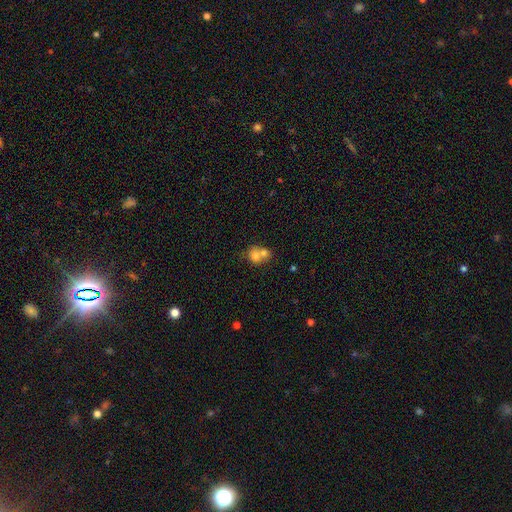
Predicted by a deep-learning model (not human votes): Smooth or featured: smooth — 71% (featured or disk — 18%)
How rounded: round — 67% (in between — 32%)
Merging: merger — 66% (none — 24%)